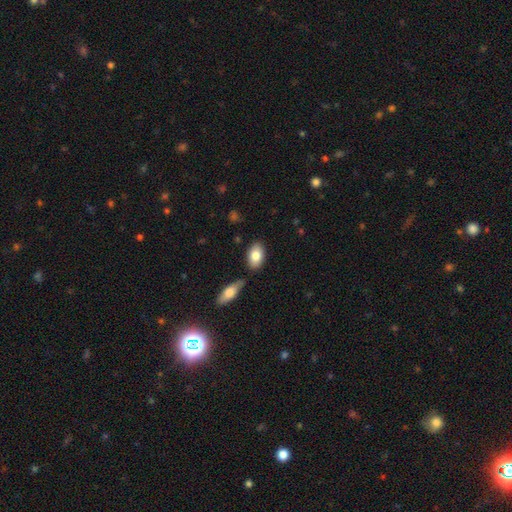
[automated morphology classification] This is clearly a smooth galaxy (81%). How rounded: clearly in between (92%). Merging: likely none (77%).